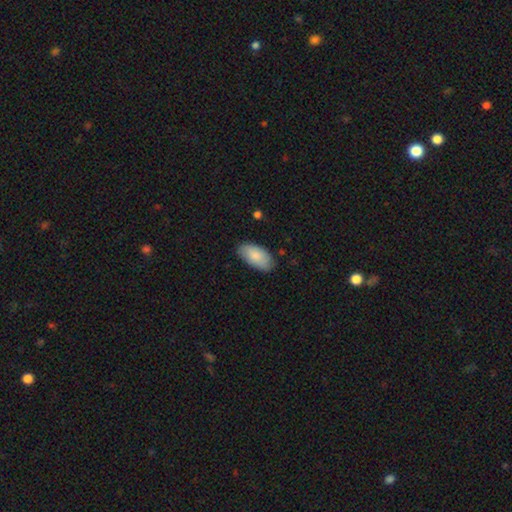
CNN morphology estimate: smooth 86%, featured or disk 9%, star or artifact 6%. Down the decision tree: how rounded — in between (95%); merging — none (81%).